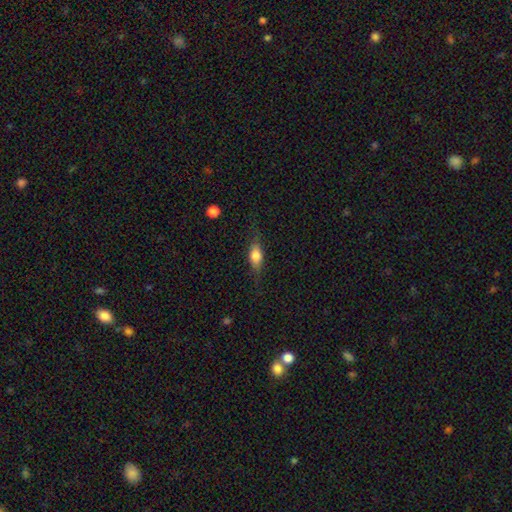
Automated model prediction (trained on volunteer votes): The model was most divided on "smooth or featured": smooth: 64%, featured or disk: 28%, star or artifact: 8%. More confident: merging — none (73%); how rounded — in between (69%).